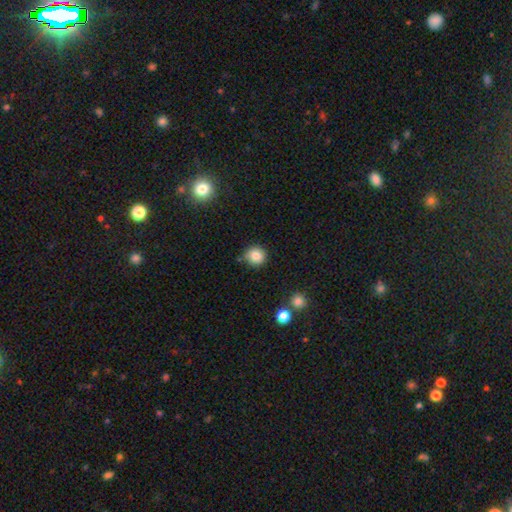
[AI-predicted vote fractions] Smooth or featured: smooth — 84% (star or artifact — 10%)
How rounded: round — 92% (in between — 7%)
Merging: none — 78% (minor disturbance — 14%)